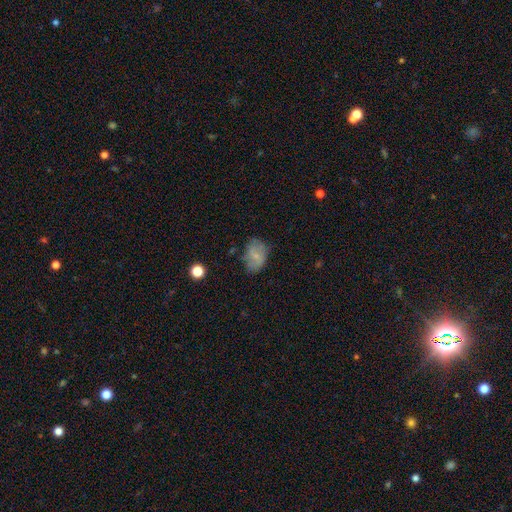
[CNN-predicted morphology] Overall: smooth (68%). How rounded: in between (81%). Merging: none (63%; minor disturbance 26%).